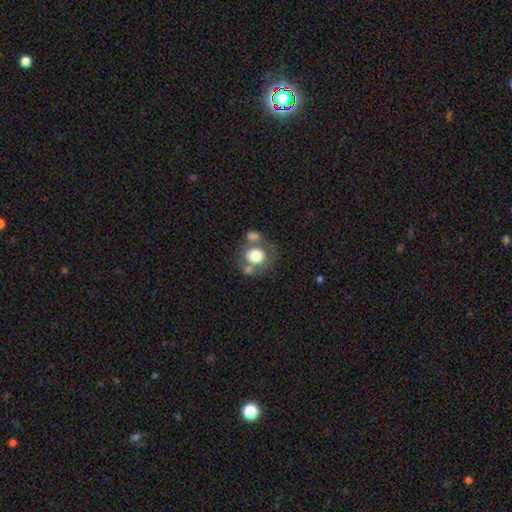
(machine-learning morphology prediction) Smooth or featured?
  - smooth: 70% *
  - featured or disk: 21%
  - star or artifact: 9%
How rounded?
  - round: 71% *
  - in between: 28%
  - cigar-shaped: 1%
Merging?
  - none: 46% *
  - merger: 30%
  - minor disturbance: 15%
  - major disturbance: 9%